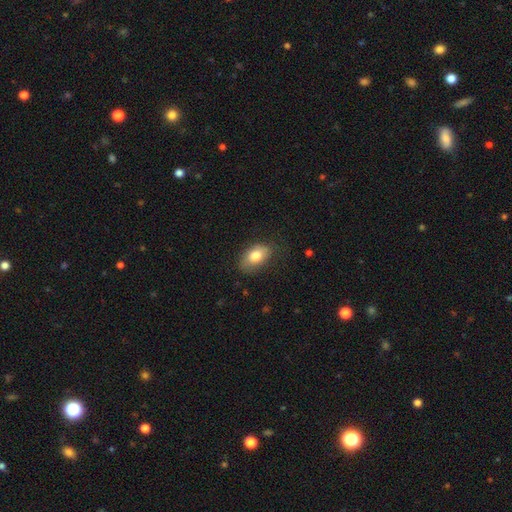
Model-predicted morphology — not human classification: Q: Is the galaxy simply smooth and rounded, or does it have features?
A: smooth — 79%.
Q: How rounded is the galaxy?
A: in between — 88%.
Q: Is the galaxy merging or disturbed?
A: none — 69%.